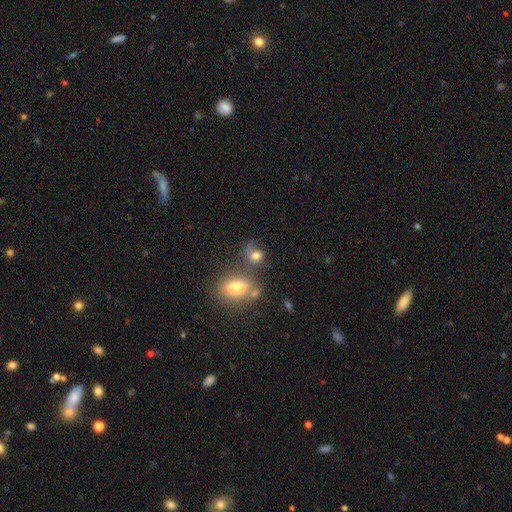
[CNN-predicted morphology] smooth 72%, featured or disk 14%, star or artifact 14%. Down the decision tree: how rounded — round (61%); merging — none (44%).